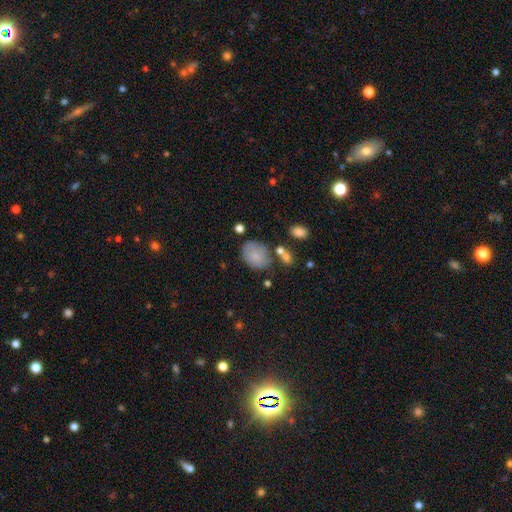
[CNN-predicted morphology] Smooth or featured? smooth (78%)
How rounded? in between (64%)
Merging? none (62%)